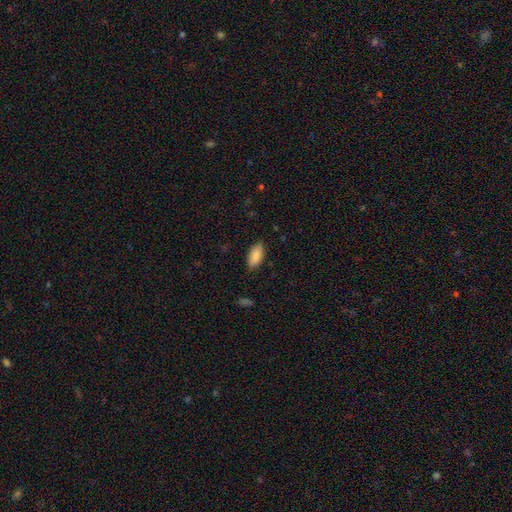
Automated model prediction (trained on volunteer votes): This appears to be a smooth galaxy with no disk features (88%) that is in between round and cigar-shaped (90%). Merging: none (86%).